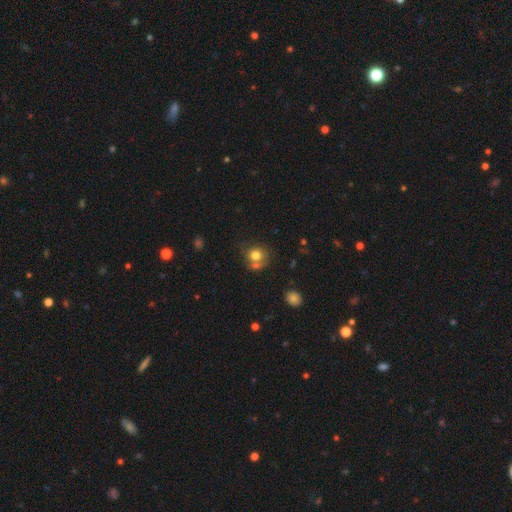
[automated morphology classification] smooth-or-featured: smooth: 77% | featured or disk: 13% | star or artifact: 11%
  how-rounded: round: 78% | in between: 21% | cigar-shaped: 1%
  merging: none: 49% | merger: 31% | minor disturbance: 13% | major disturbance: 6%